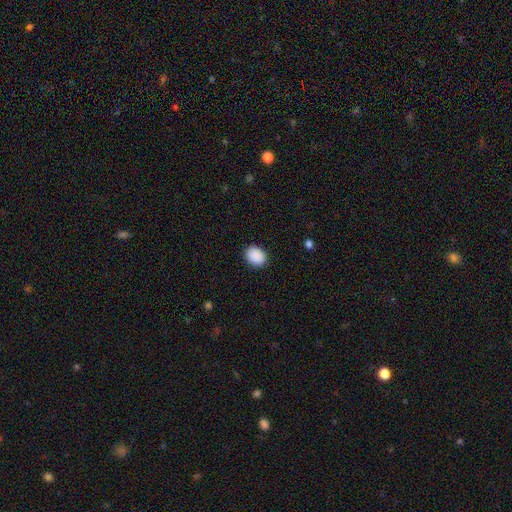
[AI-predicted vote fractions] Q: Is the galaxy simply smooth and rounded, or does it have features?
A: smooth — 90%.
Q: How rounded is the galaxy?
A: in between — 57%.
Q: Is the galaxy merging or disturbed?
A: none — 90%.